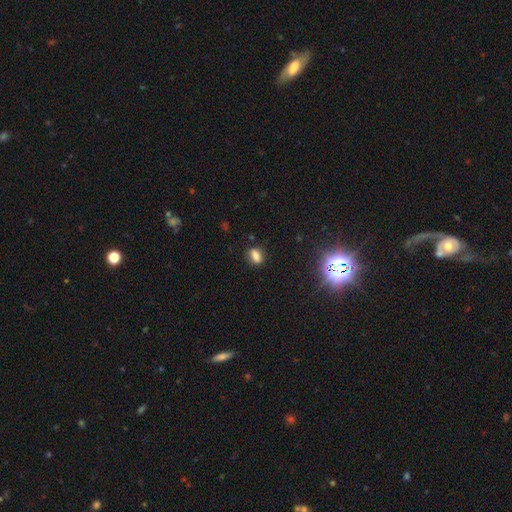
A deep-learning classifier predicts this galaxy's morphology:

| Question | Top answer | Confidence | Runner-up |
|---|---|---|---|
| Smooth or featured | smooth | 77% | star or artifact (15%) |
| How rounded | in between | 76% | round (19%) |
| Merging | none | 79% | minor disturbance (15%) |